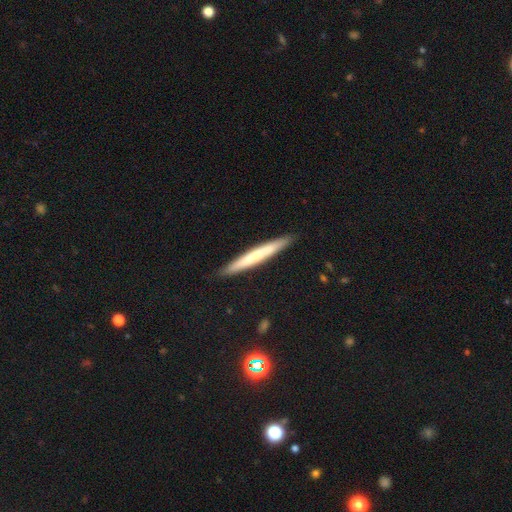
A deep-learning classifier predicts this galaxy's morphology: Smooth or featured? Predicted: smooth (p=0.61). How rounded? Predicted: cigar-shaped (p=0.96). Merging? Predicted: none (p=0.90).